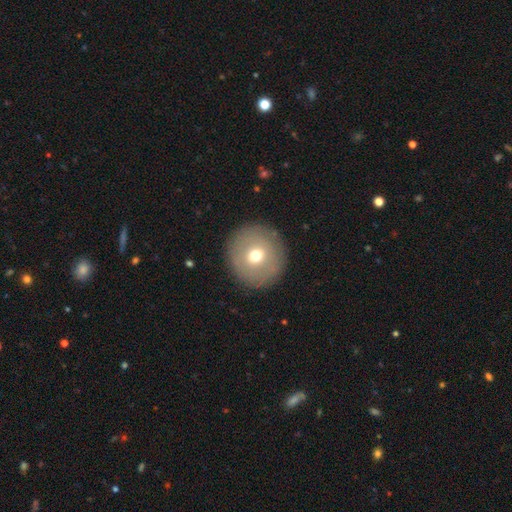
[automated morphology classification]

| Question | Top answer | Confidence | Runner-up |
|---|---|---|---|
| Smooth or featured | smooth | 64% | featured or disk (26%) |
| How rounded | round | 94% | in between (5%) |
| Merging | none | 89% | minor disturbance (7%) |